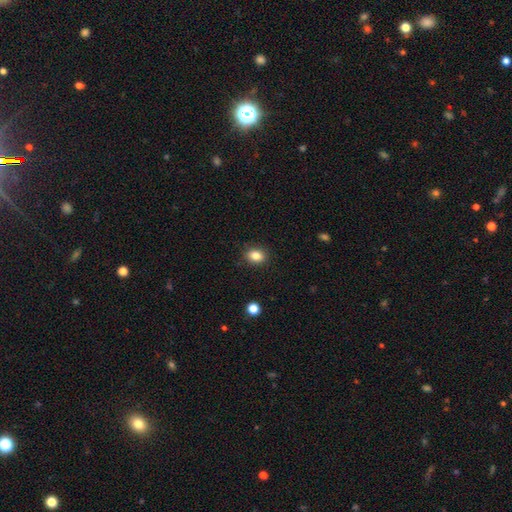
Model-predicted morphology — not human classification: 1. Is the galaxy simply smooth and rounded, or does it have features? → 84% smooth, 10% star or artifact, 6% featured or disk.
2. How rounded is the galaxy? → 58% in between, 41% round, 1% cigar-shaped.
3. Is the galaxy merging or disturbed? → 88% none, 9% minor disturbance, 2% major disturbance, 1% merger.